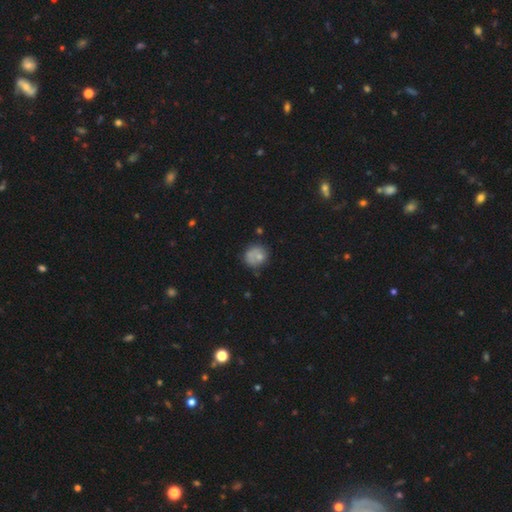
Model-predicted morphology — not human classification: Smooth or featured: smooth — 68% (featured or disk — 21%)
How rounded: round — 75% (in between — 24%)
Merging: none — 55% (minor disturbance — 23%)